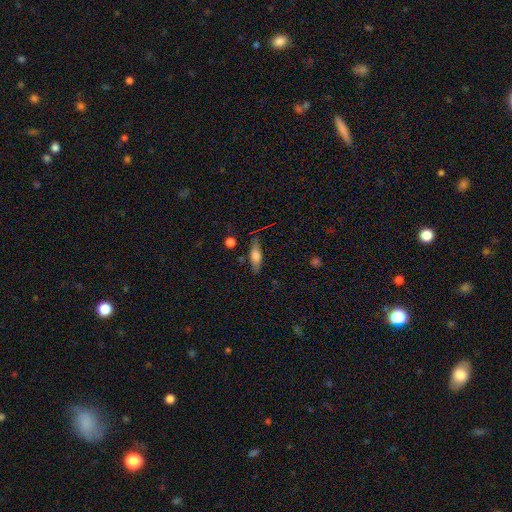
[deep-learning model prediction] This appears to be a smooth galaxy with no disk features (61%) that is in between round and cigar-shaped (51%). Merging: none (75%).